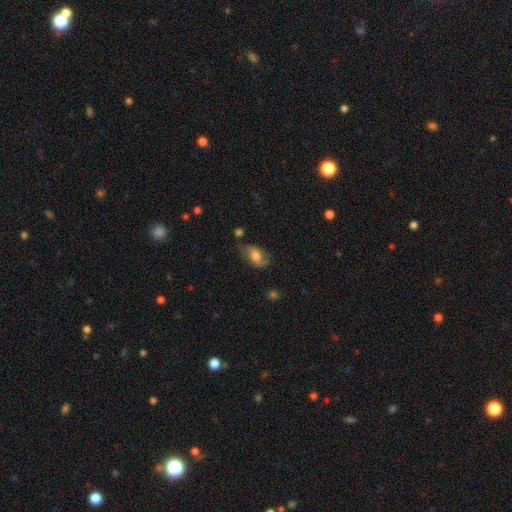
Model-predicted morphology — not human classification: Smooth or featured? smooth (53%)
How rounded? in between (87%)
Merging? none (56%)